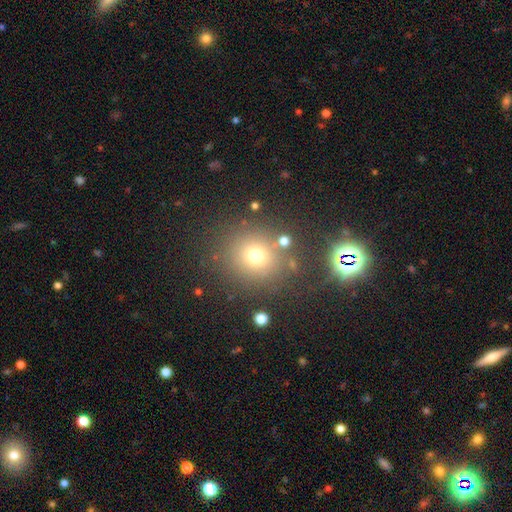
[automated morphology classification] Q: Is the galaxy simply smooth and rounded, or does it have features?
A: smooth — 68%.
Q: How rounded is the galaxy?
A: round — 89%.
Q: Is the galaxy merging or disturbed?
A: none — 81%.